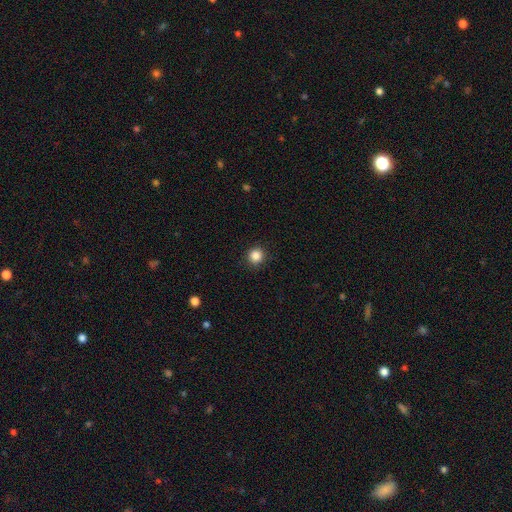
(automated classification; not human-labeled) smooth_or_featured: smooth (p=0.86) [alt: star or artifact p=0.11]
how_rounded: round (p=0.93) [alt: in between p=0.06]
merging: none (p=0.92) [alt: minor disturbance p=0.06]